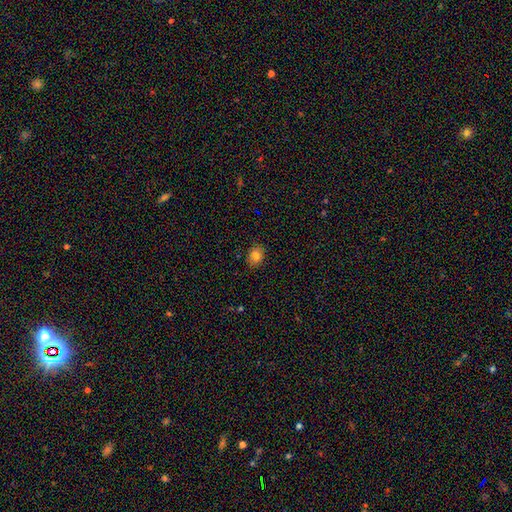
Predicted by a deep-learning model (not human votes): A smooth galaxy with no disk features (82%) that is round (52%). Merging: none (87%).